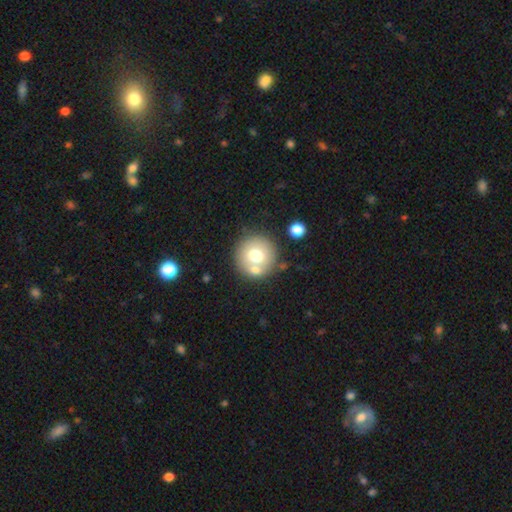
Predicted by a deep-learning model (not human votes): smooth_or_featured: smooth (p=0.67) [alt: featured or disk p=0.22]
how_rounded: round (p=0.93) [alt: in between p=0.06]
merging: none (p=0.68) [alt: merger p=0.19]